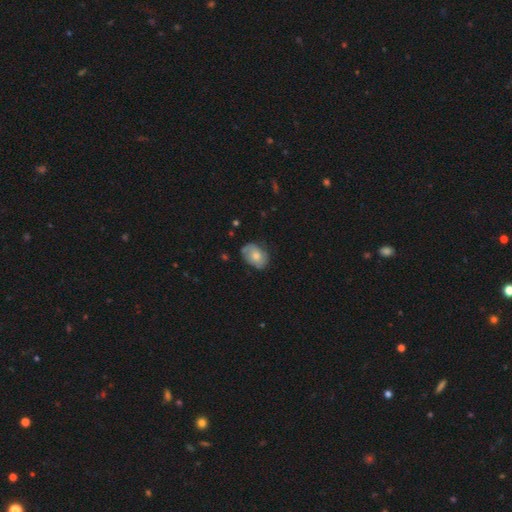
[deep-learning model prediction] The model was most divided on "smooth or featured": smooth: 57%, featured or disk: 35%, star or artifact: 7%. More confident: how rounded — in between (74%); merging — none (66%).